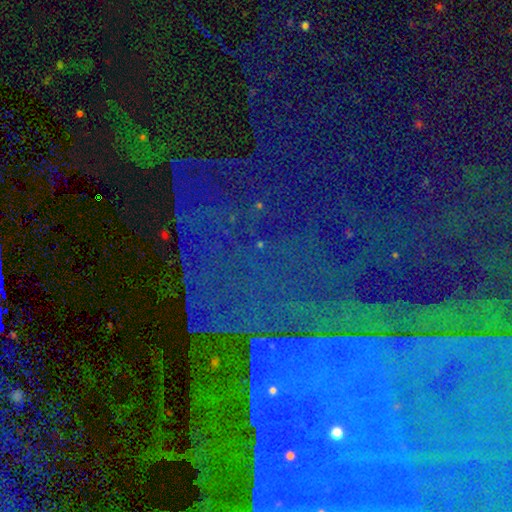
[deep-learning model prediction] Morphology: type=star or artifact (83%).